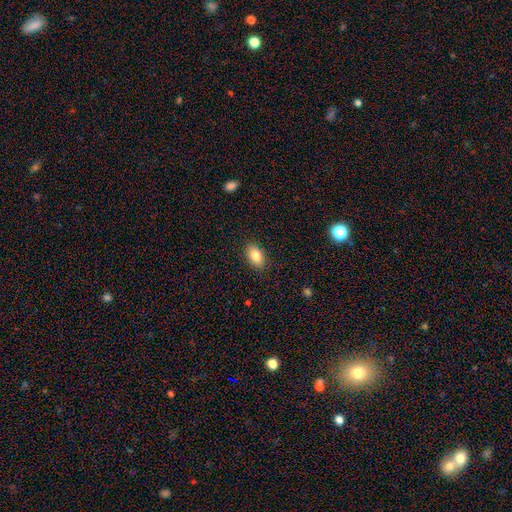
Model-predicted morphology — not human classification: This appears to be a smooth galaxy with no disk features (84%) that is in between round and cigar-shaped (91%). Merging: none (88%).